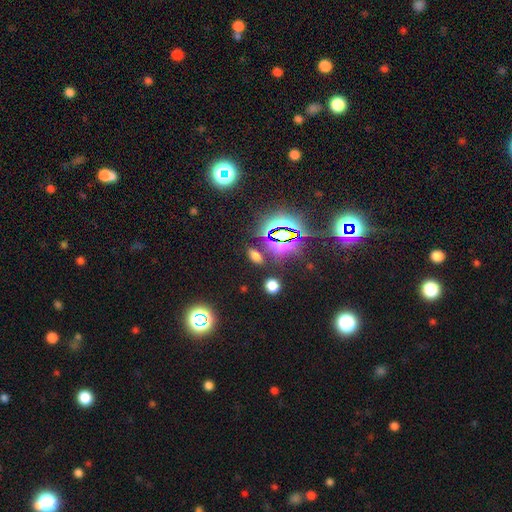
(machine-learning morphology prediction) Q: Smooth or featured?
A: smooth (53%); runner-up: star or artifact (38%)
Q: How rounded?
A: in between (80%); runner-up: round (11%)
Q: Merging?
A: none (81%); runner-up: minor disturbance (9%)